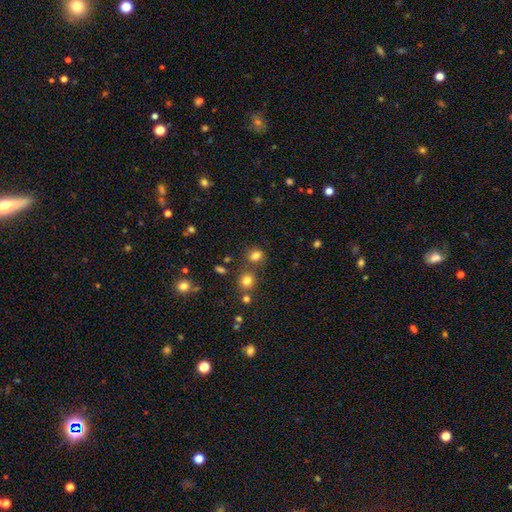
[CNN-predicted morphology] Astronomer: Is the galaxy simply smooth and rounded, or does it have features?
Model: smooth — 77%.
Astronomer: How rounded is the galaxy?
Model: round — 67%.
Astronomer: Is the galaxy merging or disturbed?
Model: none — 70%.